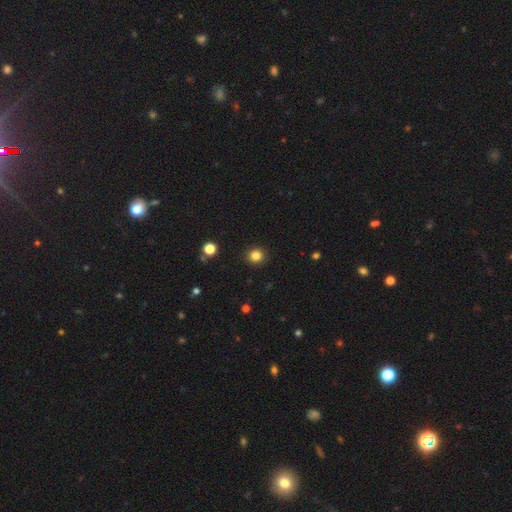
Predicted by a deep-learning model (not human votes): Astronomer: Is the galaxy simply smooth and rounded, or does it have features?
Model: smooth — 84%.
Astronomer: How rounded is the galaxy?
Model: round — 91%.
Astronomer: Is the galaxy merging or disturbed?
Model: none — 92%.